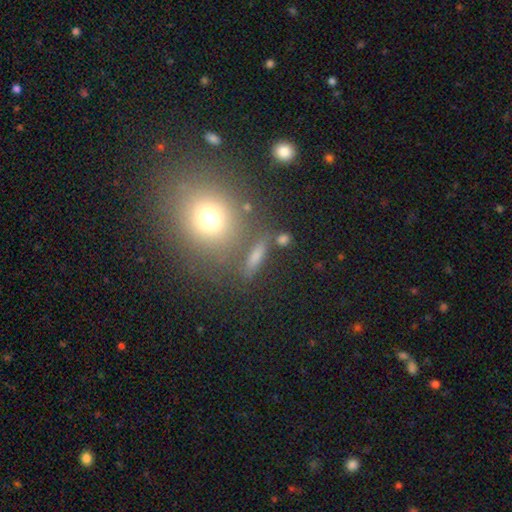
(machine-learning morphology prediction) smooth 61%, star or artifact 20%, featured or disk 19%. Down the decision tree: how rounded — cigar-shaped (41%); merging — none (73%).